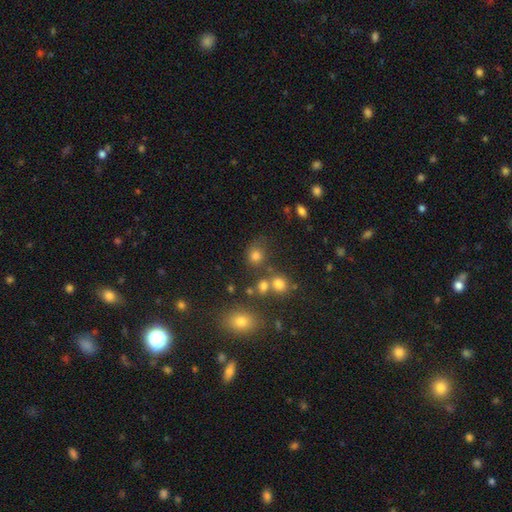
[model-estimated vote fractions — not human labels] A smooth galaxy with no disk features (75%) that is round (80%). Merging: none (65%).